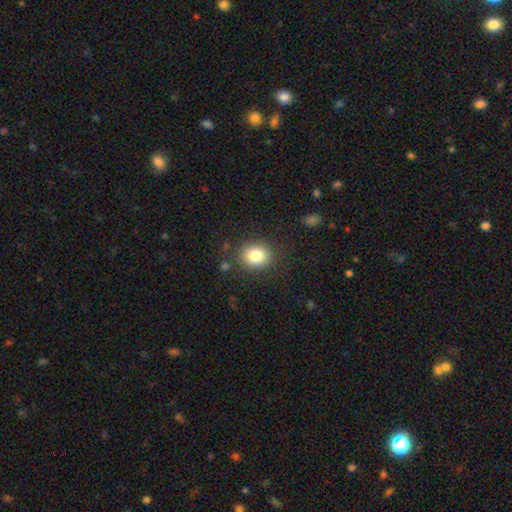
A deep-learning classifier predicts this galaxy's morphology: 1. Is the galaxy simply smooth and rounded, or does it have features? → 83% smooth, 10% star or artifact, 7% featured or disk.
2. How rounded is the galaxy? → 67% round, 32% in between, 1% cigar-shaped.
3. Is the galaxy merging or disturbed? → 85% none, 9% minor disturbance, 4% major disturbance, 2% merger.